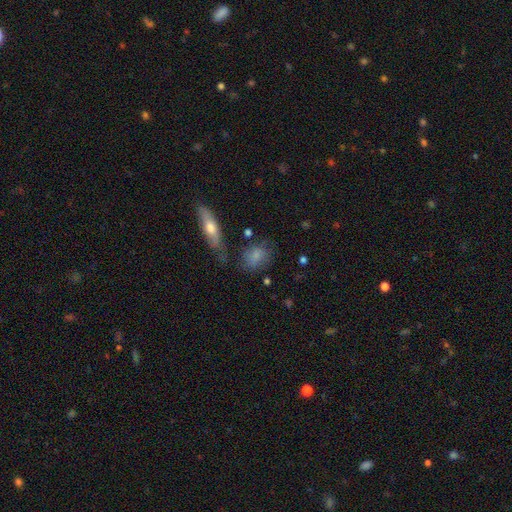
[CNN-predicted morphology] This is likely a smooth galaxy (78%). How rounded: possibly in between (60%). Merging: likely none (64%).